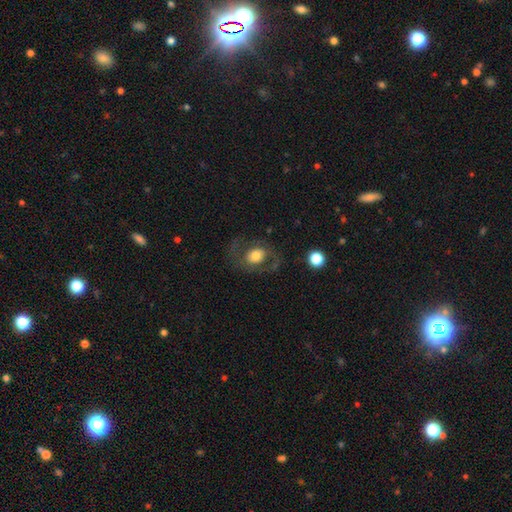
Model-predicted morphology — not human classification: This is possibly a smooth galaxy (49%). Merging: likely none (65%).